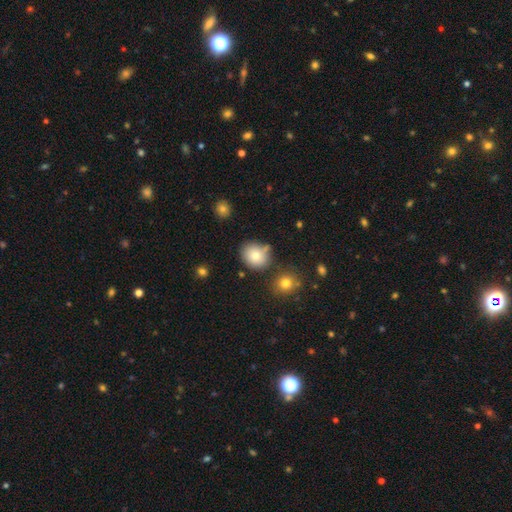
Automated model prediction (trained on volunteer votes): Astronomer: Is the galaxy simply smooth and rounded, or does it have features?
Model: smooth — 79%.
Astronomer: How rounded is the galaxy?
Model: round — 76%.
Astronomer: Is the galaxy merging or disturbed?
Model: none — 72%.